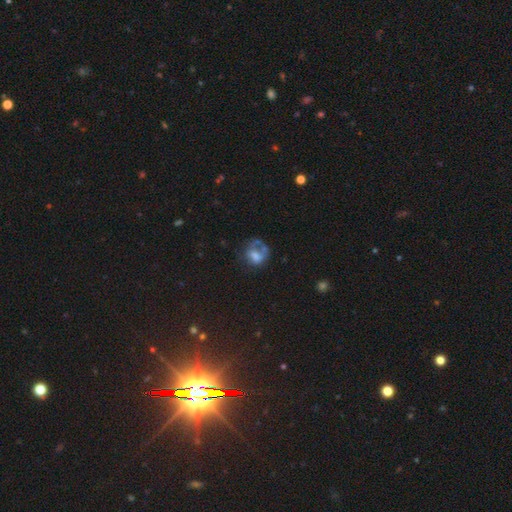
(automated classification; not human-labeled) This is possibly a smooth galaxy (48%). Merging: marginally major disturbance (38%).